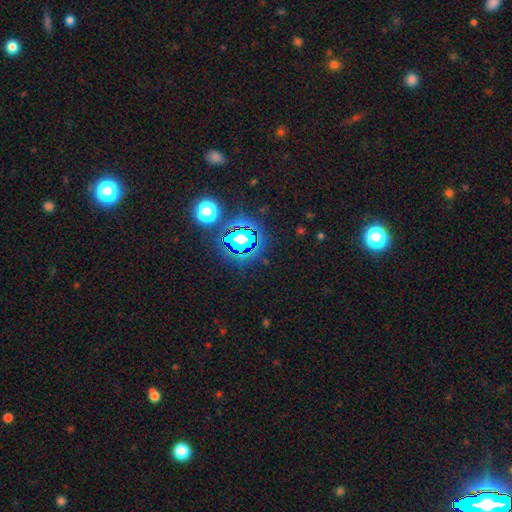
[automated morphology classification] Smooth or featured? star or artifact (79%)